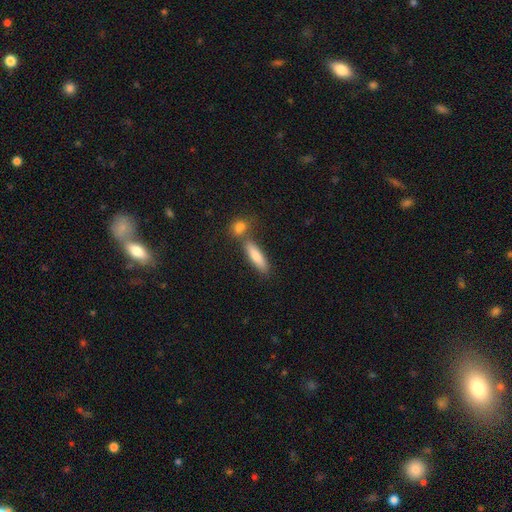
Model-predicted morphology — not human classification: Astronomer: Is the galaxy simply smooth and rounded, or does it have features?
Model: smooth — 72%.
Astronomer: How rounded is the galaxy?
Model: cigar-shaped — 69%.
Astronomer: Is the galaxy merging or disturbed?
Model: none — 63%.